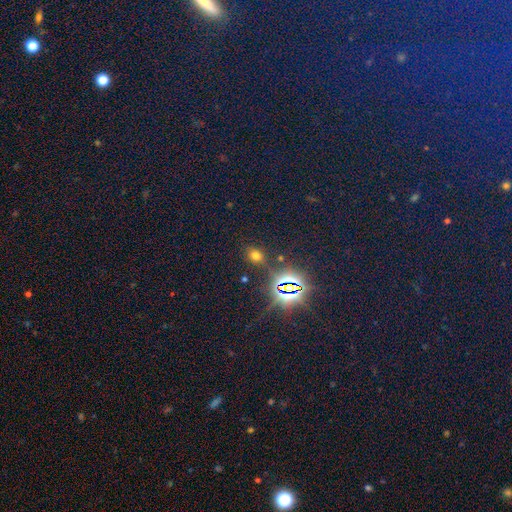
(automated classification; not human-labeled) The model was most divided on "how rounded": round: 54%, in between: 43%, cigar-shaped: 2%. More confident: merging — none (82%); smooth or featured — smooth (54%).